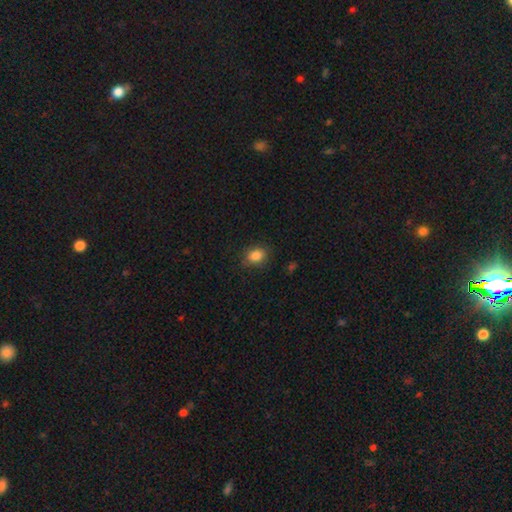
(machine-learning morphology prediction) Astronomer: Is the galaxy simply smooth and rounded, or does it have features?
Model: smooth — 84%.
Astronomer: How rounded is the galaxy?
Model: in between — 59% (runner-up: round, 40%).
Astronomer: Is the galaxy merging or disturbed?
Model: none — 80%.